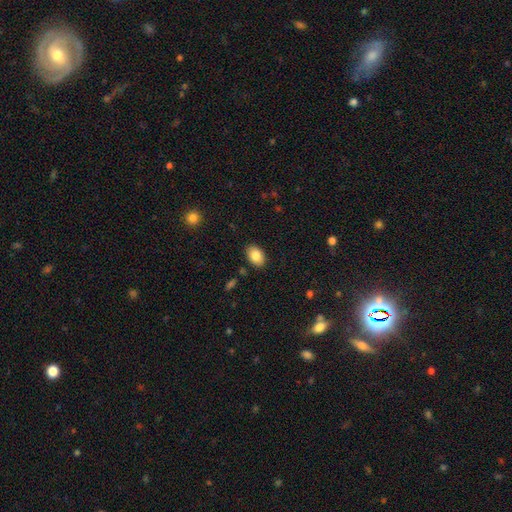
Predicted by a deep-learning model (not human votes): Q: Smooth or featured?
A: smooth (84%); runner-up: featured or disk (8%)
Q: How rounded?
A: in between (86%); runner-up: round (13%)
Q: Merging?
A: none (87%); runner-up: minor disturbance (9%)